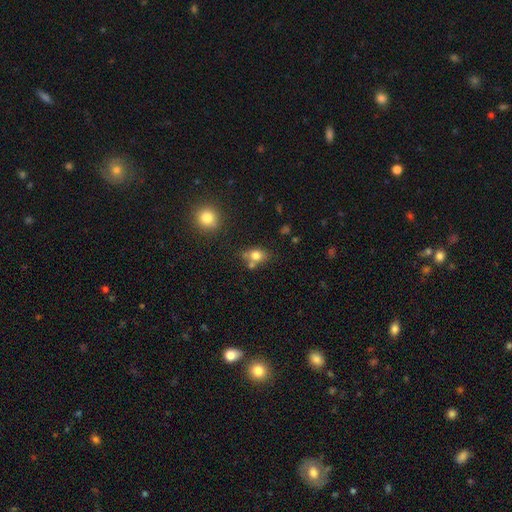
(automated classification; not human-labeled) Overall: smooth (77%). How rounded: in between (52%; round 46%). Merging: none (53%; merger 27%).